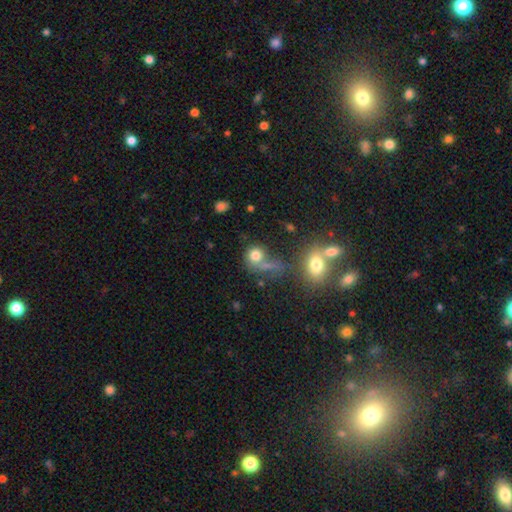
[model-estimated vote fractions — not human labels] smooth_or_featured: smooth (p=0.75) [alt: star or artifact p=0.14]
how_rounded: round (p=0.78) [alt: in between p=0.20]
merging: none (p=0.44) [alt: merger p=0.31]